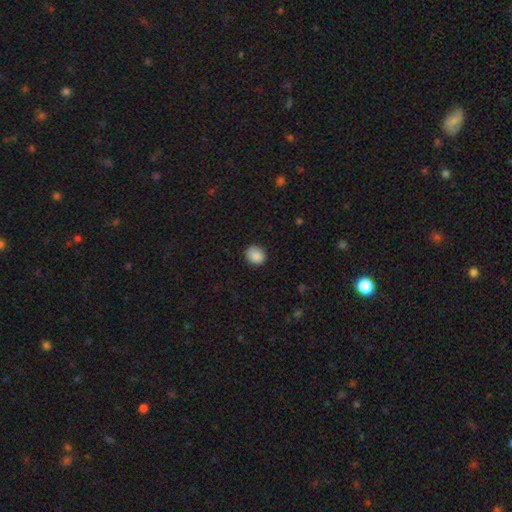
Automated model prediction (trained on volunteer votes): Morphology: type=smooth (88%); roundness=round (78%); merging=none (86%).